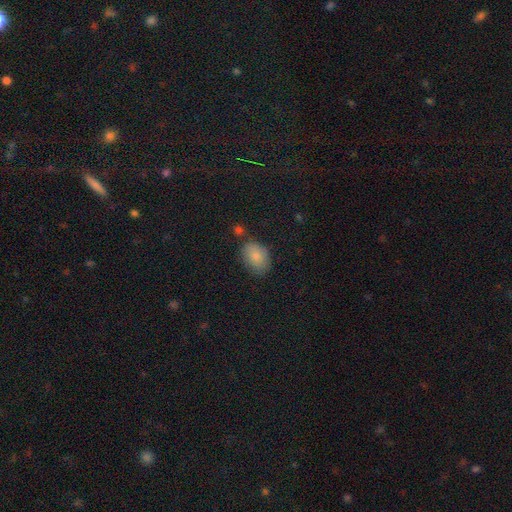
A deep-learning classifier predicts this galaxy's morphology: The model was most divided on "merging": none: 71%, minor disturbance: 19%, merger: 6%, major disturbance: 4%. More confident: smooth or featured — smooth (85%); how rounded — in between (79%).